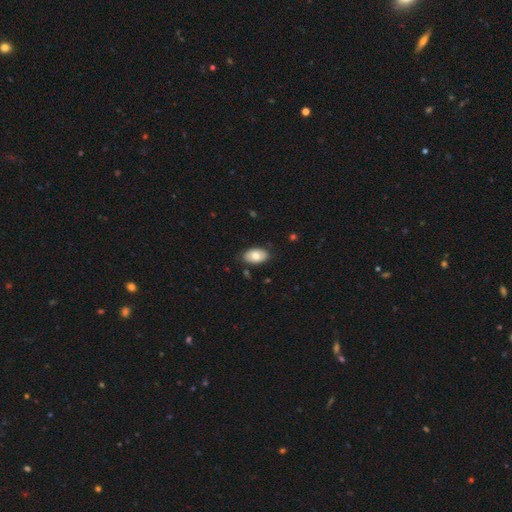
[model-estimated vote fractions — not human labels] smooth 79%, featured or disk 14%, star or artifact 7%. Down the decision tree: how rounded — in between (93%); merging — none (82%).